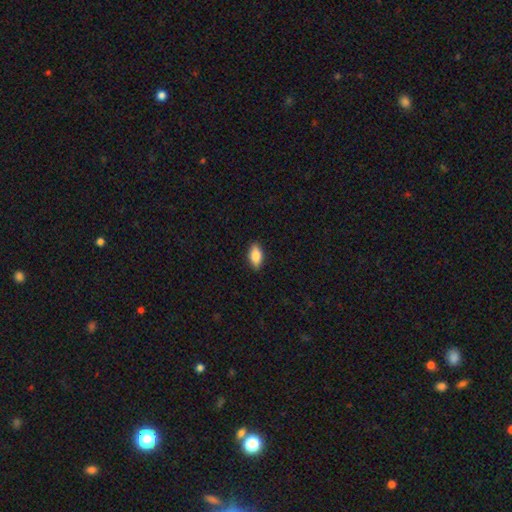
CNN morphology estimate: smooth_or_featured: smooth (p=0.85) [alt: featured or disk p=0.09]
how_rounded: in between (p=0.90) [alt: cigar-shaped p=0.07]
merging: none (p=0.89) [alt: minor disturbance p=0.09]